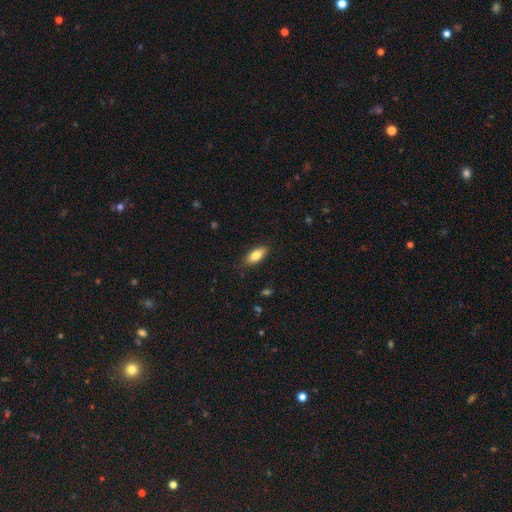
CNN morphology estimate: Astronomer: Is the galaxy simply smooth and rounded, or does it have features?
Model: smooth — 81%.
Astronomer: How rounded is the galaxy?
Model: in between — 84%.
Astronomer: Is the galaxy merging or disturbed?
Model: none — 85%.